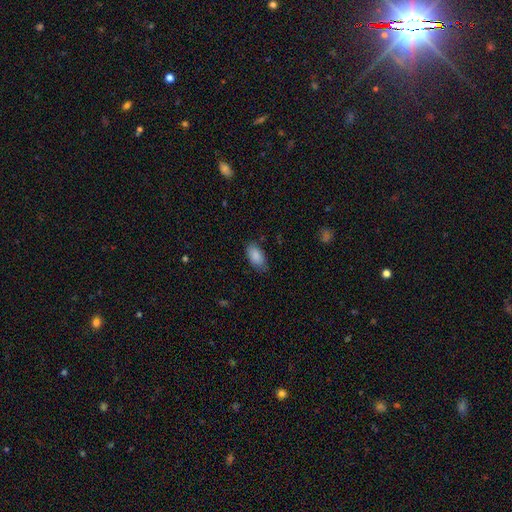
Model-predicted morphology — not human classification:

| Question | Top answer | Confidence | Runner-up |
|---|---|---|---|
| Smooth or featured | smooth | 88% | star or artifact (7%) |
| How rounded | in between | 93% | cigar-shaped (3%) |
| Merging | none | 75% | minor disturbance (19%) |